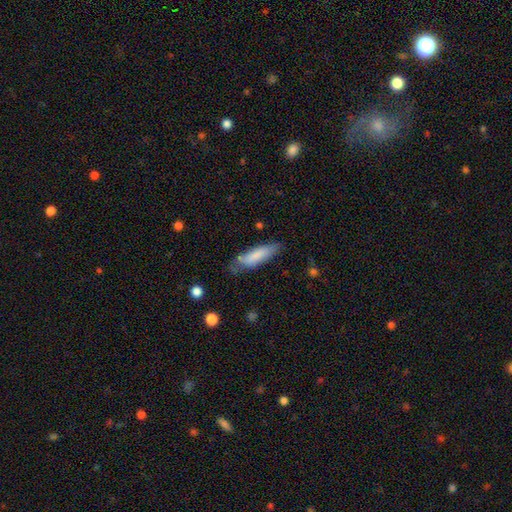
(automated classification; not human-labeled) smooth 79%, featured or disk 15%, star or artifact 6%. Down the decision tree: how rounded — cigar-shaped (61%); merging — none (63%).